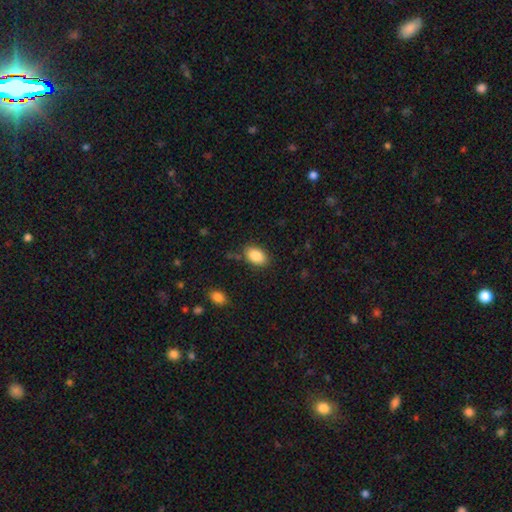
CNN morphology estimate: smooth_or_featured: smooth (p=0.87) [alt: star or artifact p=0.07]
how_rounded: in between (p=0.90) [alt: round p=0.09]
merging: none (p=0.82) [alt: minor disturbance p=0.12]